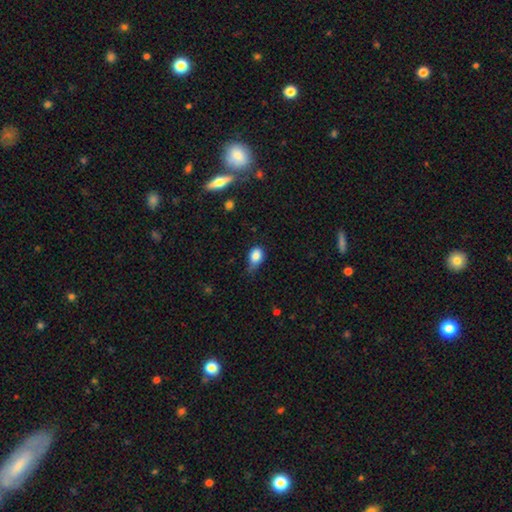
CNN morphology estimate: Overall: smooth (84%). How rounded: in between (68%; round 30%). Merging: minor disturbance (48%; none 34%).